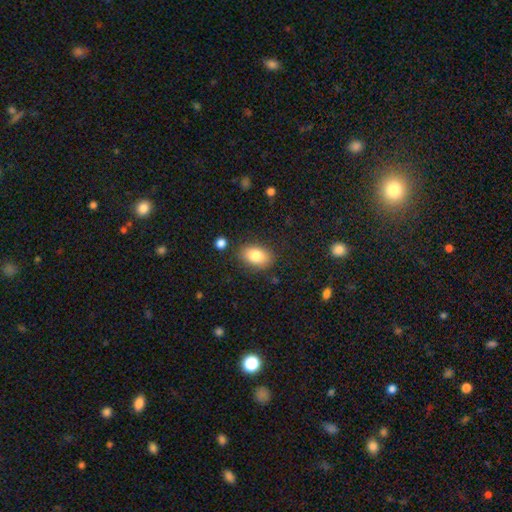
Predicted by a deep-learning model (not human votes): This appears to be a smooth galaxy with no disk features (82%) that is in between round and cigar-shaped (83%). Merging: none (84%).